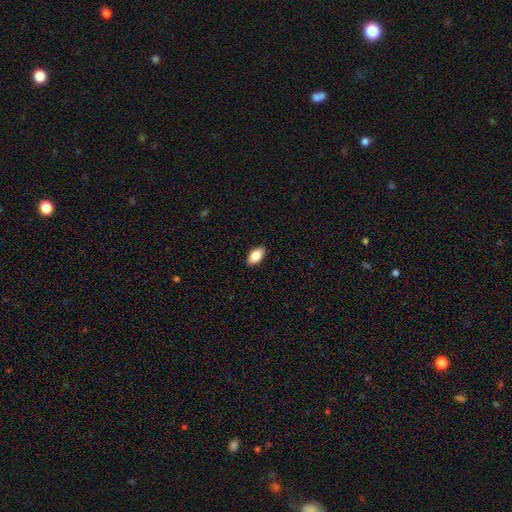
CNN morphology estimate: smooth_or_featured: smooth (p=0.83) [alt: featured or disk p=0.10]
how_rounded: in between (p=0.93) [alt: round p=0.04]
merging: none (p=0.90) [alt: minor disturbance p=0.08]